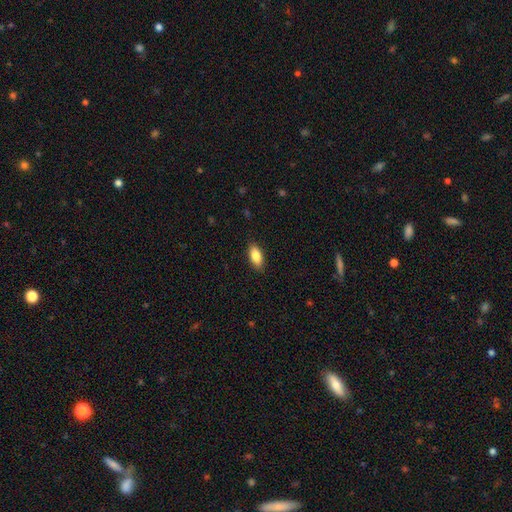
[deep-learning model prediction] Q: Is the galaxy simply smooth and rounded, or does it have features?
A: smooth — 85%.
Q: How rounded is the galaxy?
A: in between — 87%.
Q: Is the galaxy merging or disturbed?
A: none — 88%.